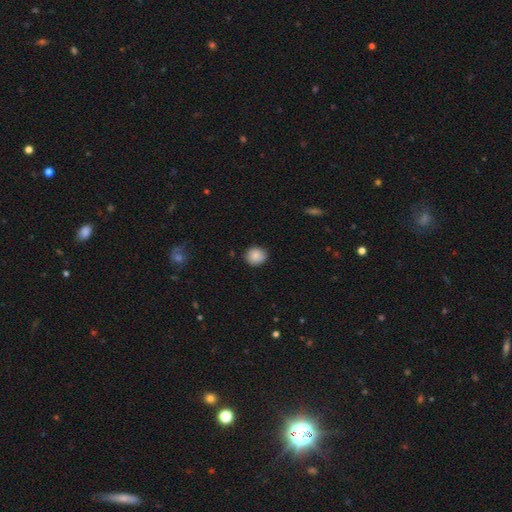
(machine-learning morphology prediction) type=smooth (86%); roundness=round (76%); merging=none (85%).